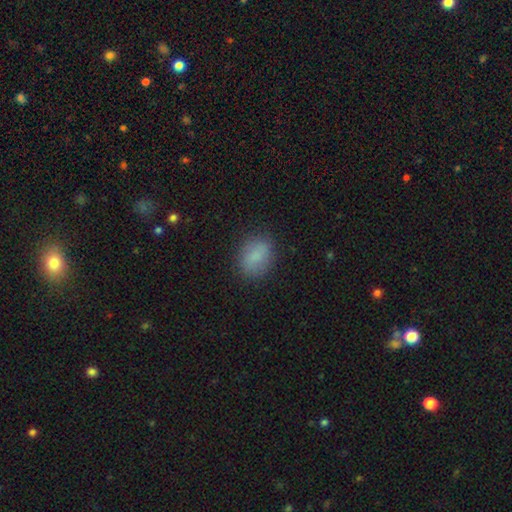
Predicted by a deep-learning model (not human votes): Smooth or featured: smooth — 83% (star or artifact — 8%)
How rounded: in between — 70% (round — 28%)
Merging: none — 83% (minor disturbance — 13%)